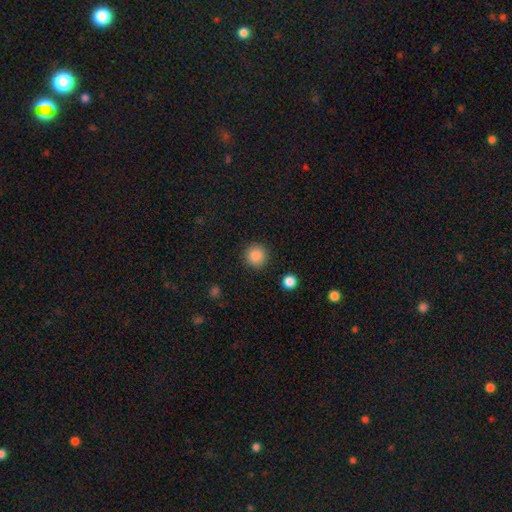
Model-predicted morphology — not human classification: Smooth or featured? smooth (88%)
How rounded? round (94%)
Merging? none (90%)